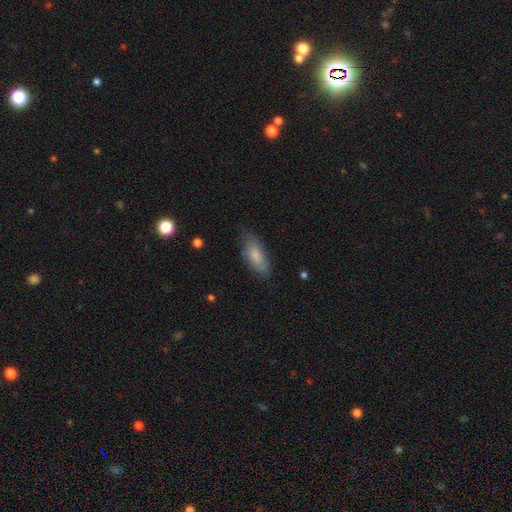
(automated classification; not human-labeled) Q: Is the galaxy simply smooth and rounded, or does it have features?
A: smooth — 76%.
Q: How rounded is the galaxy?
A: in between — 78%.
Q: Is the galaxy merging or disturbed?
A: none — 62%.